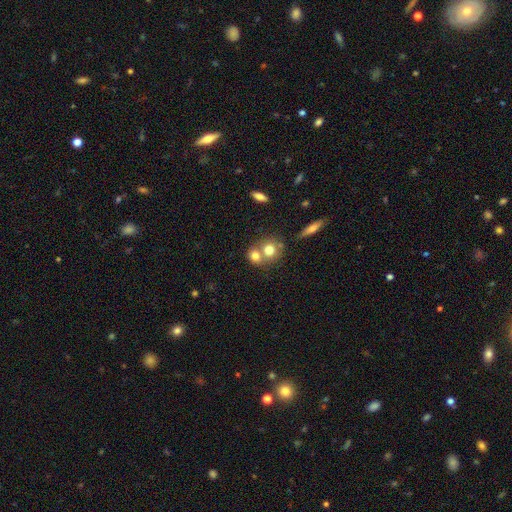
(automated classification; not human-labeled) Overall: smooth (75%). How rounded: round (76%). Merging: merger (56%; none 35%).